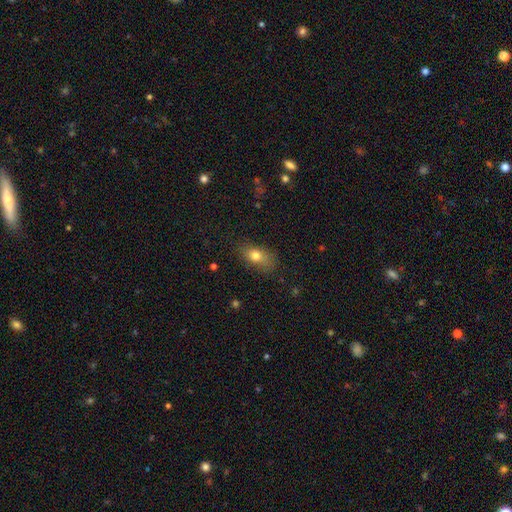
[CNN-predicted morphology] This appears to be a smooth galaxy with no disk features (76%) that is in between round and cigar-shaped (81%). Merging: none (71%).